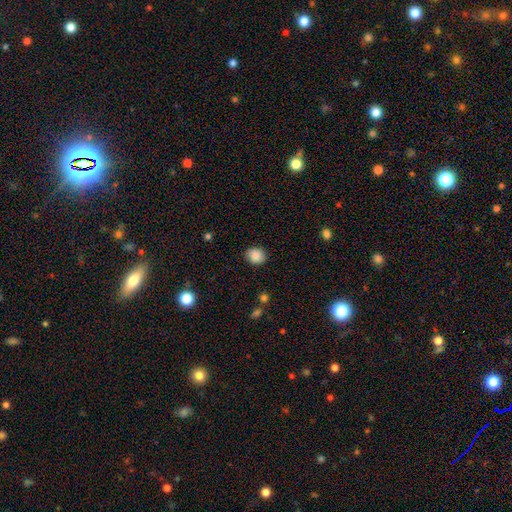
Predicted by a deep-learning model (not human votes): Smooth or featured? smooth (87%)
How rounded? round (63%)
Merging? none (88%)